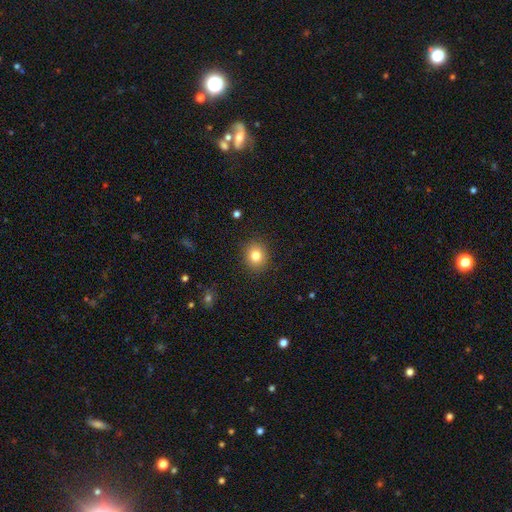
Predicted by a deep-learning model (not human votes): smooth-or-featured: smooth: 82% | star or artifact: 10% | featured or disk: 7%
  how-rounded: round: 77% | in between: 22% | cigar-shaped: 1%
  merging: none: 90% | minor disturbance: 7% | major disturbance: 2% | merger: 1%